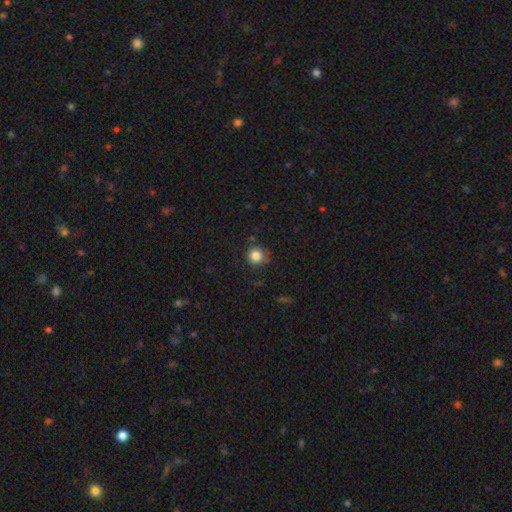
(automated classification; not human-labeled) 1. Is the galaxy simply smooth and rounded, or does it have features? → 84% smooth, 11% star or artifact, 5% featured or disk.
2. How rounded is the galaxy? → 93% round, 6% in between, 1% cigar-shaped.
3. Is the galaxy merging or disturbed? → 79% none, 15% minor disturbance, 3% major disturbance, 2% merger.